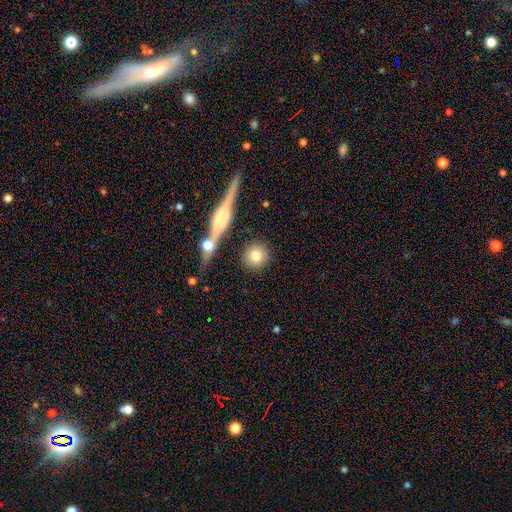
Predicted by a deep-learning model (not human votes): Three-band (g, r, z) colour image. It shows a smooth galaxy with no disk features (77%) that is round (91%). Merging: none (84%).